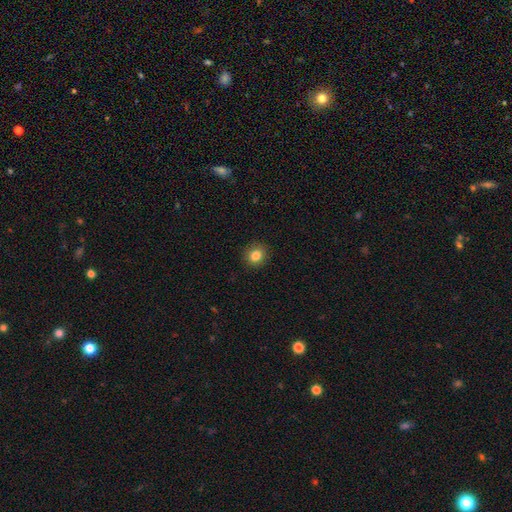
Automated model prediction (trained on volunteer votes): Smooth or featured? smooth (83%)
How rounded? round (85%)
Merging? none (91%)